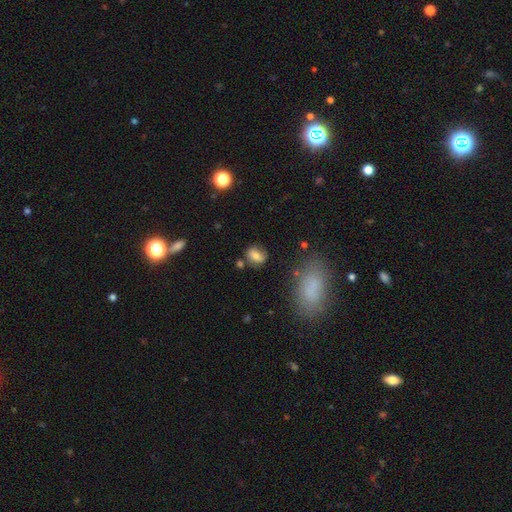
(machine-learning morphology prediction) A smooth galaxy with no disk features (64%) that is in between round and cigar-shaped (58%).

Vote fractions:
- Smooth or featured? smooth: 64% / featured or disk: 25% / star or artifact: 11%
- How rounded? in between: 58% / round: 39% / cigar-shaped: 3%
- Merging? none: 68% / minor disturbance: 19% / major disturbance: 7% / merger: 6%